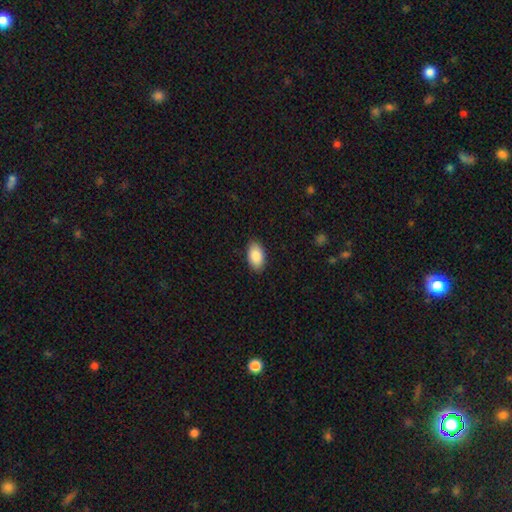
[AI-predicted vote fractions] Q: Smooth or featured?
A: smooth (89%); runner-up: star or artifact (6%)
Q: How rounded?
A: in between (95%); runner-up: round (4%)
Q: Merging?
A: none (88%); runner-up: minor disturbance (9%)